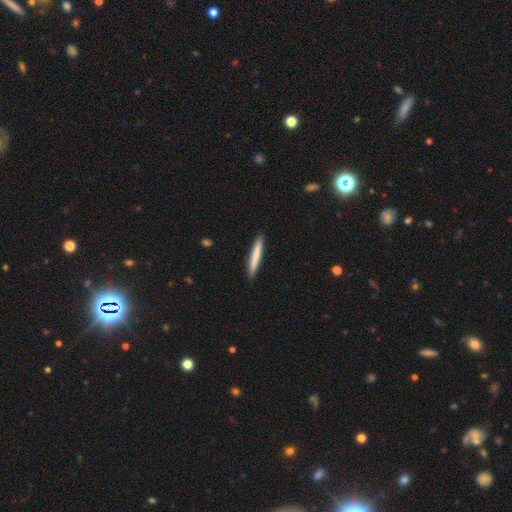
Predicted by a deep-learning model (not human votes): The model was most divided on "smooth or featured": smooth: 75%, featured or disk: 19%, star or artifact: 5%. More confident: how rounded — cigar-shaped (95%); merging — none (90%).